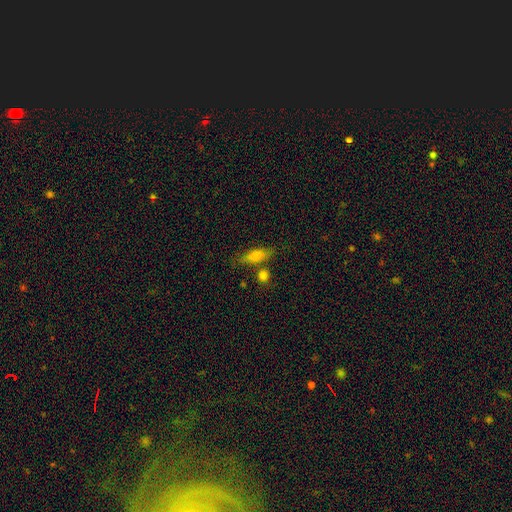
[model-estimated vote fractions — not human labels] Smooth or featured: smooth — 71% (featured or disk — 21%)
How rounded: in between — 55% (cigar-shaped — 40%)
Merging: none — 69% (minor disturbance — 15%)